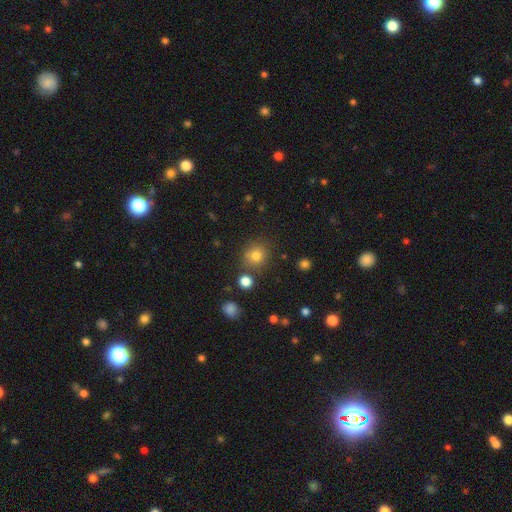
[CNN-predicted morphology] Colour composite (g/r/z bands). It shows a smooth galaxy with no disk features (80%) that is round (87%). Merging: none (80%).